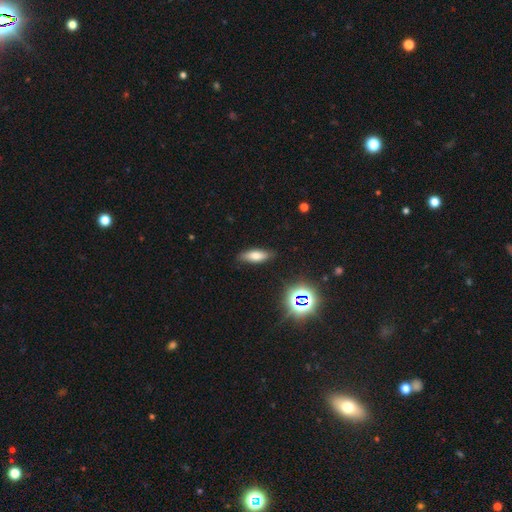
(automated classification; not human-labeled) Smooth or featured: smooth — 70% (featured or disk — 16%)
How rounded: in between — 65% (cigar-shaped — 32%)
Merging: none — 84% (minor disturbance — 12%)